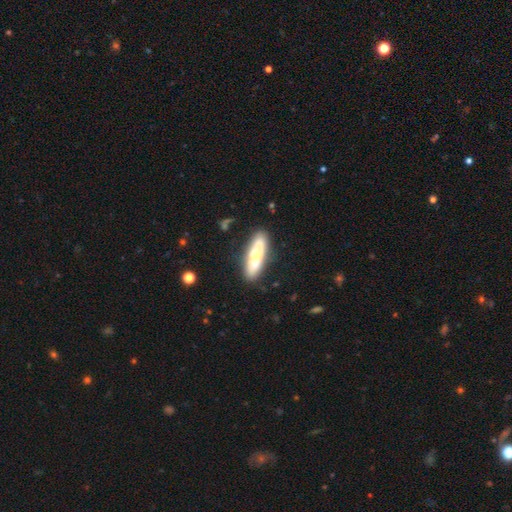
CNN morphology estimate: type=smooth (50%); roundness=cigar-shaped (52%); merging=none (76%).